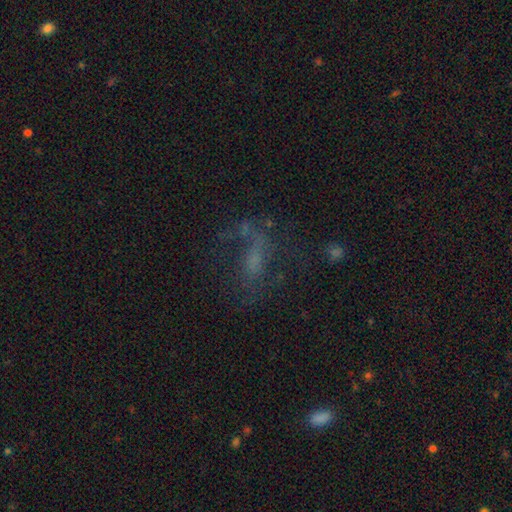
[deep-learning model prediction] This appears to be a featured or disk galaxy (44%). Merging: none (46%).